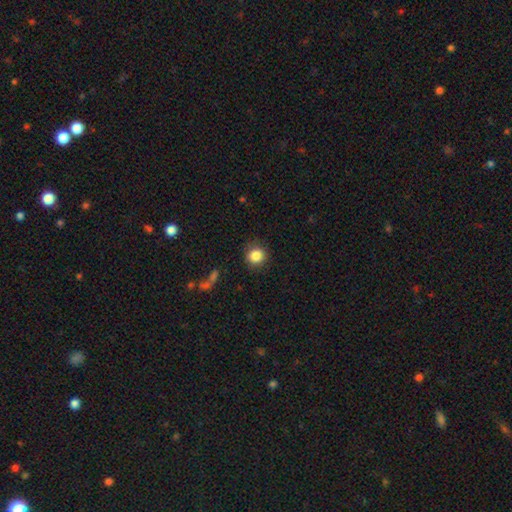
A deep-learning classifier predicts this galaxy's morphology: smooth-or-featured: smooth: 86% | star or artifact: 9% | featured or disk: 4%
  how-rounded: round: 89% | in between: 10% | cigar-shaped: 1%
  merging: none: 85% | minor disturbance: 10% | major disturbance: 3% | merger: 2%